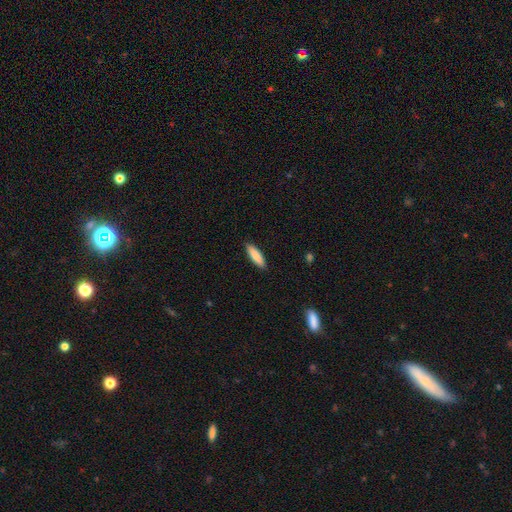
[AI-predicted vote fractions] A smooth galaxy with no disk features (88%) that is cigar-shaped (55%).

Vote fractions:
- Smooth or featured? smooth: 88% / featured or disk: 6% / star or artifact: 6%
- How rounded? cigar-shaped: 55% / in between: 43% / round: 1%
- Merging? none: 90% / minor disturbance: 8% / major disturbance: 2% / merger: 1%